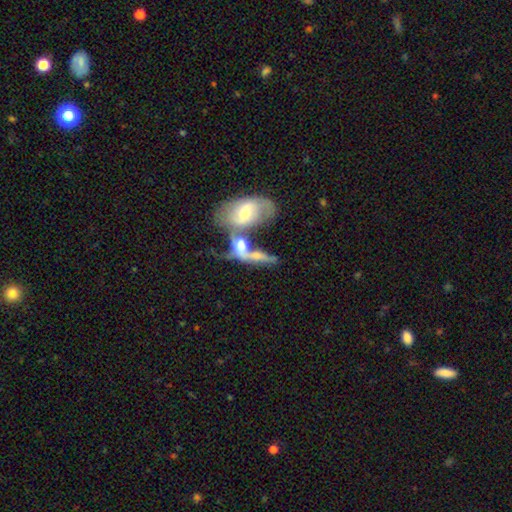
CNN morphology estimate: Smooth or featured? featured or disk (57%)
Edge-on disk? no (71%)
Merging? merger (68%)